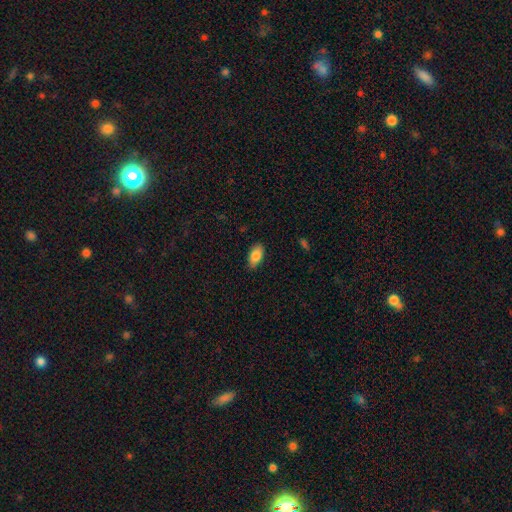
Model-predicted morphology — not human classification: Overall: smooth (85%). How rounded: in between (92%). Merging: none (86%).